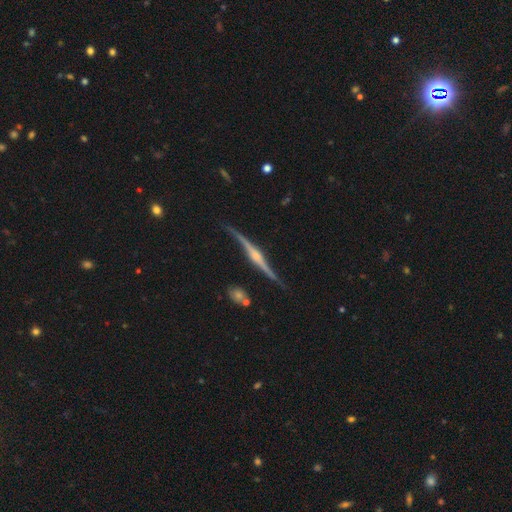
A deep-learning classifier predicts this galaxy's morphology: Smooth or featured? Predicted: featured or disk (p=0.88). Edge-on disk? Predicted: yes (p=0.96). Edge-on bulge? Predicted: rounded (p=0.81). Merging? Predicted: none (p=0.77).